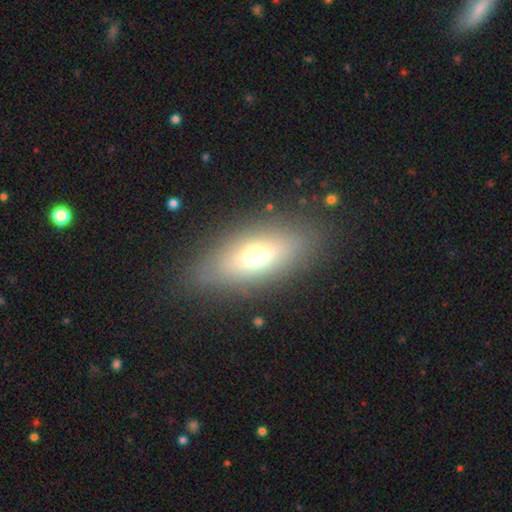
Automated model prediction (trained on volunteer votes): A smooth galaxy with no disk features (60%) that is in between round and cigar-shaped (77%).

Vote fractions:
- Smooth or featured? smooth: 60% / featured or disk: 29% / star or artifact: 12%
- How rounded? in between: 77% / cigar-shaped: 16% / round: 7%
- Merging? none: 82% / minor disturbance: 11% / major disturbance: 5% / merger: 1%